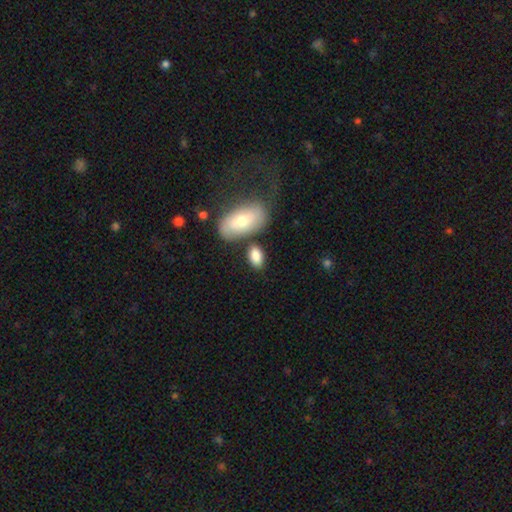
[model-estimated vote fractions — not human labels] smooth-or-featured: smooth: 84% | featured or disk: 10% | star or artifact: 7%
  how-rounded: in between: 91% | round: 7% | cigar-shaped: 2%
  merging: none: 66% | minor disturbance: 16% | merger: 13% | major disturbance: 5%